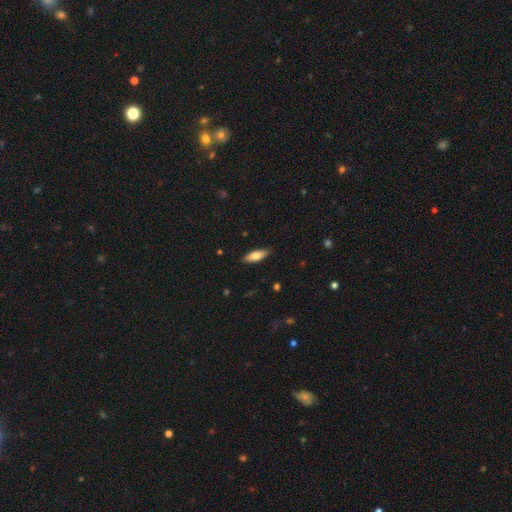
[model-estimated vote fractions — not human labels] Smooth or featured? smooth (76%)
How rounded? in between (64%)
Merging? none (88%)